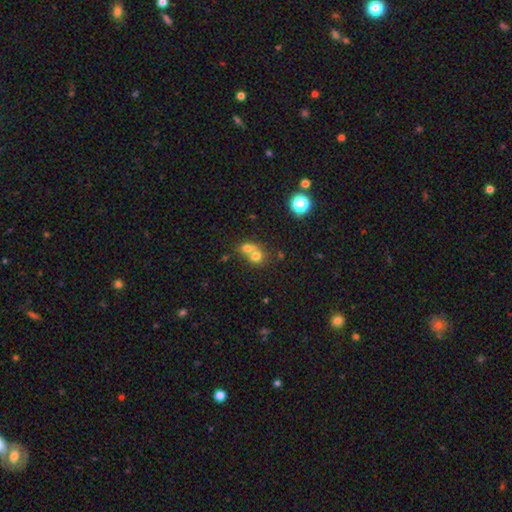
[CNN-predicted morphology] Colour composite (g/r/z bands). It shows a smooth galaxy with no disk features (69%) that is round (75%). Merging: merger (63%).